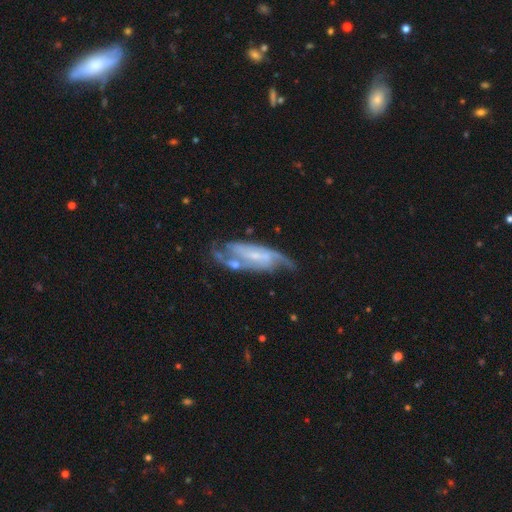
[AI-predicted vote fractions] Smooth or featured: featured or disk — 84% (smooth — 10%)
Edge-on disk: no — 90% (yes — 10%)
Bar: weak — 39% (no — 35%)
Spiral arms: yes — 94% (no — 6%)
Spiral winding: medium — 47% (tight — 32%)
Spiral arm count: 2 — 69% (can't tell — 14%)
Bulge size: small — 68% (moderate — 17%)
Merging: none — 57% (minor disturbance — 21%)